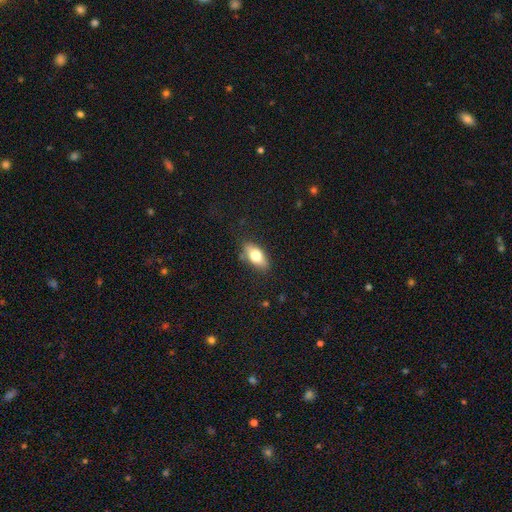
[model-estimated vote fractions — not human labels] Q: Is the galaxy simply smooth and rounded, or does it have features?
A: smooth — 73%.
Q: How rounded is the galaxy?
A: in between — 86%.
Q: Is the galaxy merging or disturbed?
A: none — 81%.